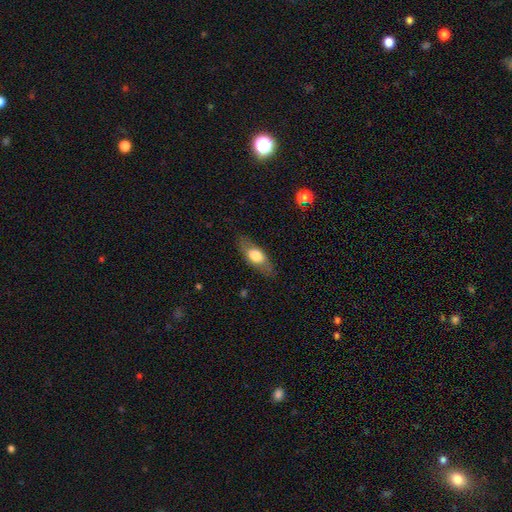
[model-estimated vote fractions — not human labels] Smooth or featured?
  - smooth: 61% *
  - featured or disk: 33%
  - star or artifact: 6%
How rounded?
  - in between: 71% *
  - cigar-shaped: 24%
  - round: 5%
Merging?
  - none: 79% *
  - minor disturbance: 15%
  - major disturbance: 5%
  - merger: 1%